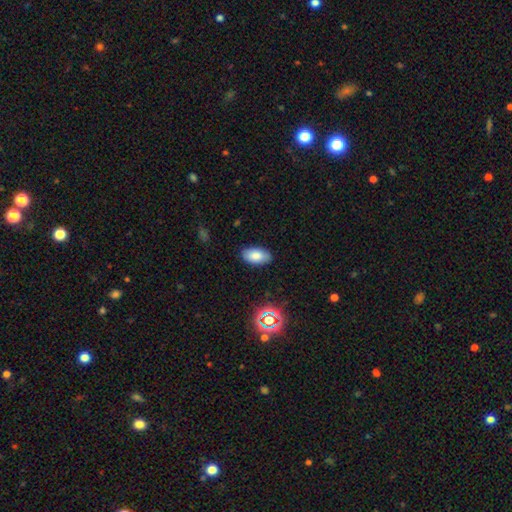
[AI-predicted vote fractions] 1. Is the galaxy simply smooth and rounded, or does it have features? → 81% smooth, 10% featured or disk, 9% star or artifact.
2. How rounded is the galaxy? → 94% in between, 4% round, 2% cigar-shaped.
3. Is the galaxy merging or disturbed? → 85% none, 11% minor disturbance, 2% major disturbance, 1% merger.